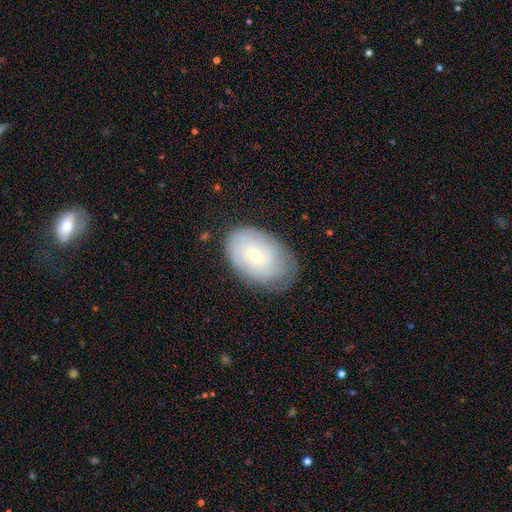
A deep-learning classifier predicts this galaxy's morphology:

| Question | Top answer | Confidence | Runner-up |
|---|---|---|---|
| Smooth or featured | featured or disk | 60% | smooth (33%) |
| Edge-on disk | no | 95% | yes (5%) |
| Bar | no | 69% | weak (26%) |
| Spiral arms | yes | 76% | no (24%) |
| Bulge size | small | 65% | moderate (32%) |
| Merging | none | 71% | minor disturbance (21%) |